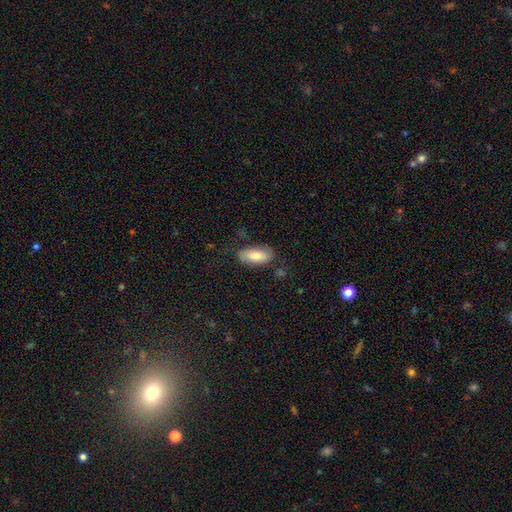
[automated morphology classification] Overall: smooth (77%). How rounded: in between (83%). Merging: none (76%).